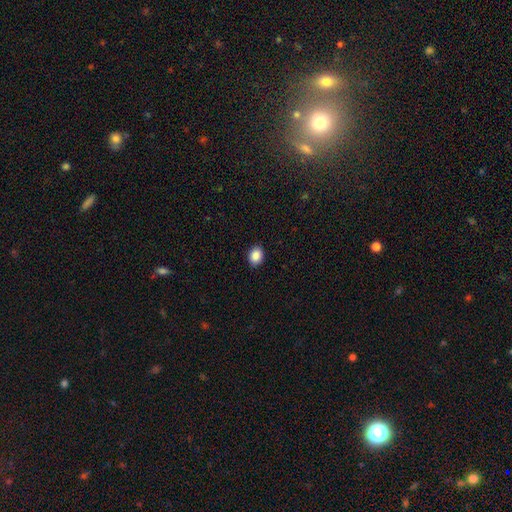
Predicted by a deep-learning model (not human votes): Overall: smooth (89%). How rounded: in between (57%; round 42%). Merging: none (90%).